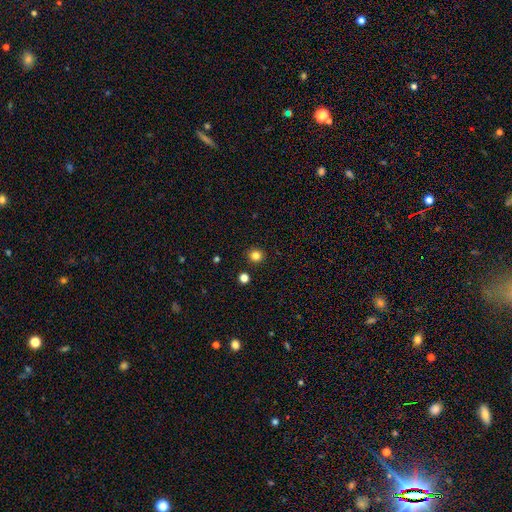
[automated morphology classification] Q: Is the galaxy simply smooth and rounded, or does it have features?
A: smooth — 82%.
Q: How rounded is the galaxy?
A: round — 92%.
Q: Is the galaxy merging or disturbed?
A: none — 91%.